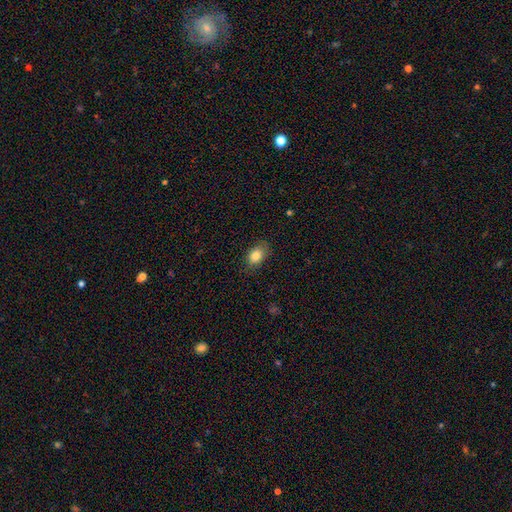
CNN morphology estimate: A smooth galaxy with no disk features (84%) that is in between round and cigar-shaped (79%).

Vote fractions:
- Smooth or featured? smooth: 84% / star or artifact: 9% / featured or disk: 8%
- How rounded? in between: 79% / round: 19% / cigar-shaped: 1%
- Merging? none: 82% / minor disturbance: 14% / major disturbance: 3% / merger: 1%